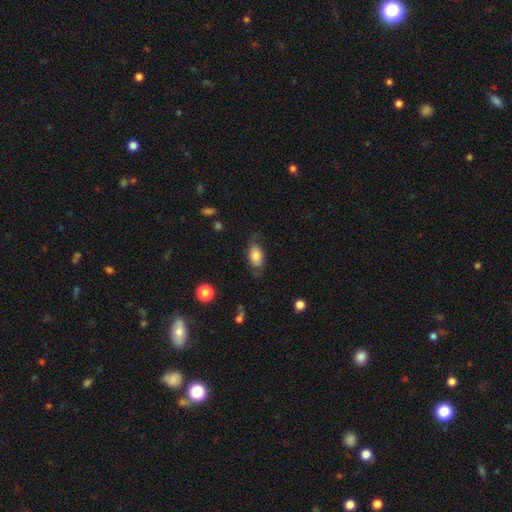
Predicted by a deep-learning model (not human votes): smooth 74%, featured or disk 19%, star or artifact 7%. Down the decision tree: how rounded — in between (91%); merging — none (63%).